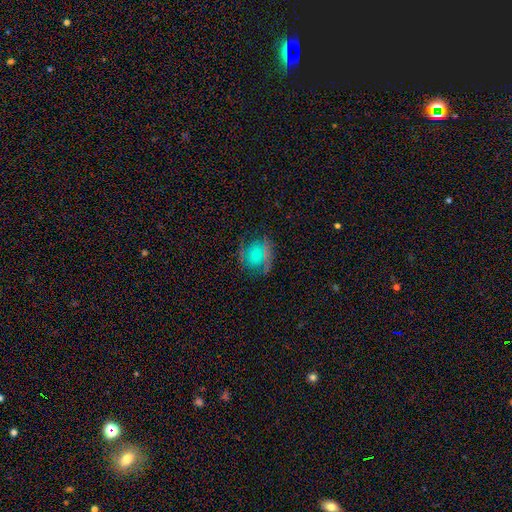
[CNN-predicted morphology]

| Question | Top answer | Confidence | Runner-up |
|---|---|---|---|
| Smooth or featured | featured or disk | 56% | smooth (33%) |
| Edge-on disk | no | 97% | yes (3%) |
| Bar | no | 66% | weak (27%) |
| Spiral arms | yes | 81% | no (19%) |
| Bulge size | small | 40% | moderate (37%) |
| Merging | none | 63% | minor disturbance (20%) |